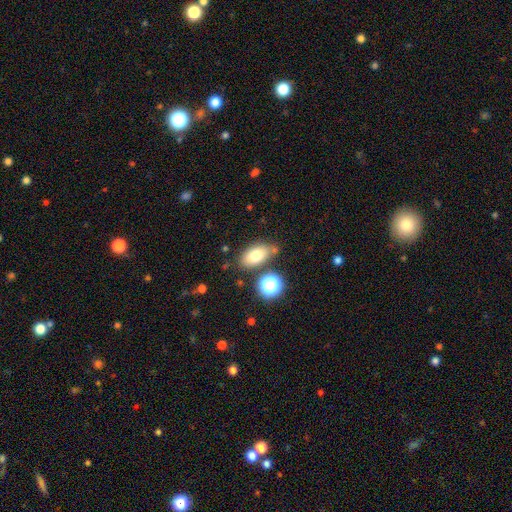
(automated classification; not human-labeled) This is likely a smooth galaxy (77%). How rounded: clearly in between (88%). Merging: likely none (71%).